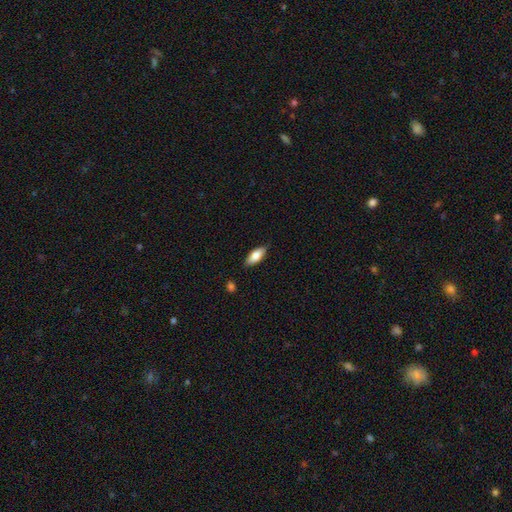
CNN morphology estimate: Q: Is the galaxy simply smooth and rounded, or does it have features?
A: smooth — 78%.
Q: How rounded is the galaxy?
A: in between — 81%.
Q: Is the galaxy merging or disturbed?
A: none — 85%.